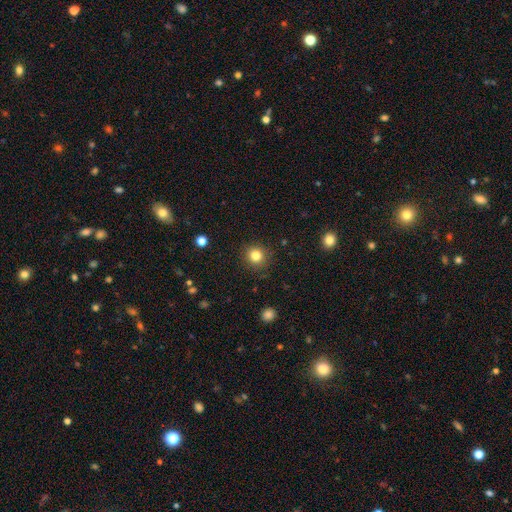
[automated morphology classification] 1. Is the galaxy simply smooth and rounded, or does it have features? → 83% smooth, 12% star or artifact, 5% featured or disk.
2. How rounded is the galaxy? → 92% round, 7% in between, 1% cigar-shaped.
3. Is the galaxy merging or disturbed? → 90% none, 7% minor disturbance, 2% major disturbance, 1% merger.